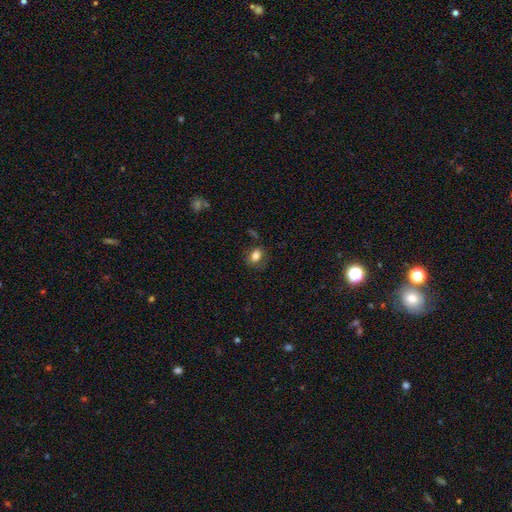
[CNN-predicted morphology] Smooth or featured: smooth — 80% (star or artifact — 10%)
How rounded: in between — 67% (round — 32%)
Merging: none — 71% (minor disturbance — 19%)